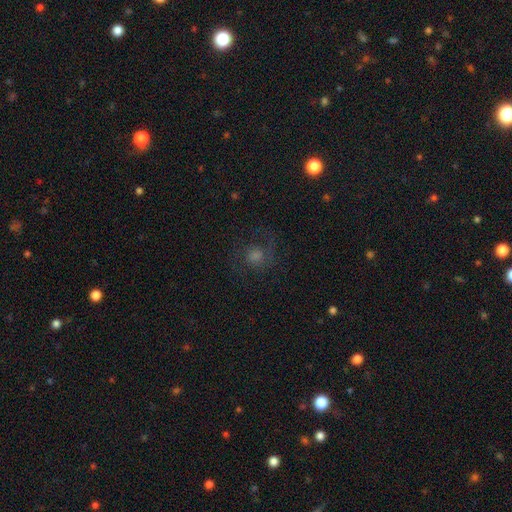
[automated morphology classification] Smooth or featured? featured or disk (47%)
Merging? none (67%)